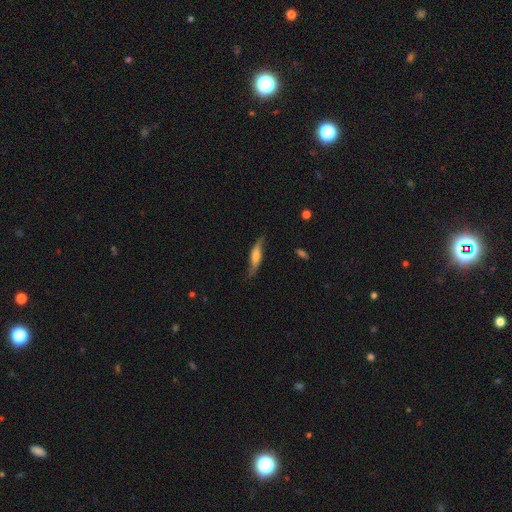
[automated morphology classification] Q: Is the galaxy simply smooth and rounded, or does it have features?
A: featured or disk — 59%.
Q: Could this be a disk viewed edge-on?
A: yes — 56%.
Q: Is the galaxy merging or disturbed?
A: none — 69%.